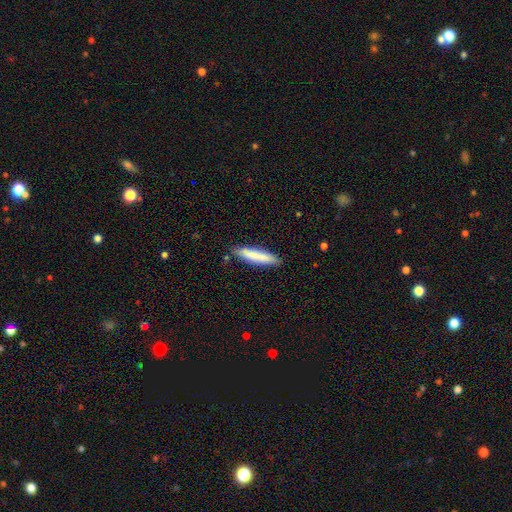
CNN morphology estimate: Overall: smooth (78%). How rounded: cigar-shaped (88%). Merging: none (85%).